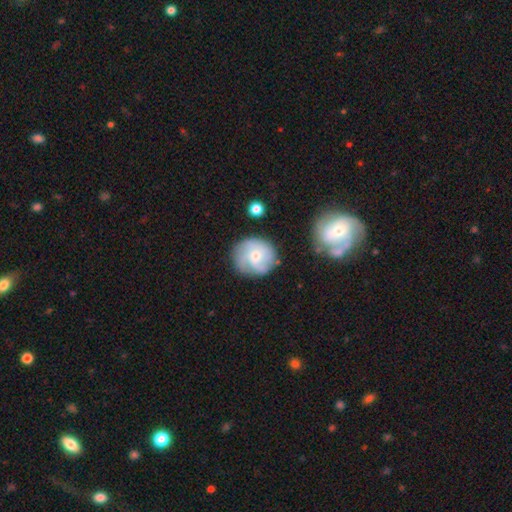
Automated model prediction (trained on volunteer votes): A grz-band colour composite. It shows a featured or disk galaxy (59%) with no bar (68%), spiral arms (85%) and a small central bulge (48%). Merging: none (72%).